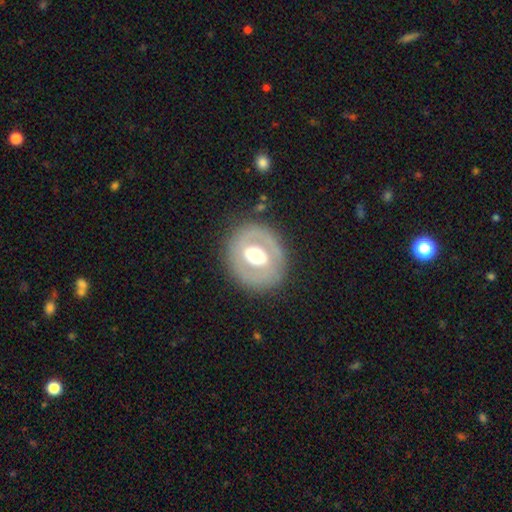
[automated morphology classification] This is likely a featured or disk galaxy (61%). It is clearly not viewed edge-on (95%). Bar: marginally weak (35%). Spiral arm pattern: likely no (74%). Central bulge: possibly moderate (53%). Merging: likely none (80%).